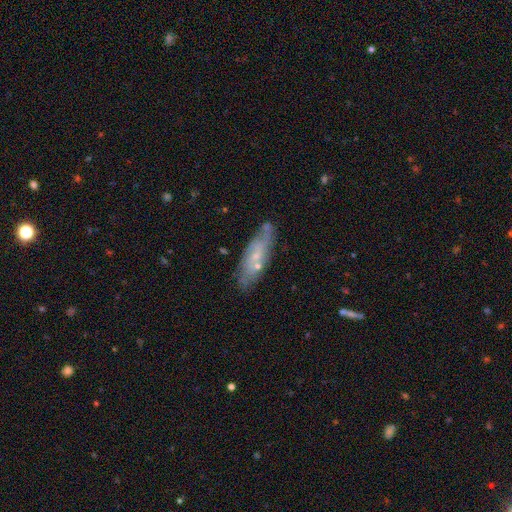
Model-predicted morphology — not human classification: smooth_or_featured: featured or disk (p=0.59) [alt: smooth p=0.33]
disk_edge_on: no (p=0.75) [alt: yes p=0.25]
merging: none (p=0.68) [alt: minor disturbance p=0.19]